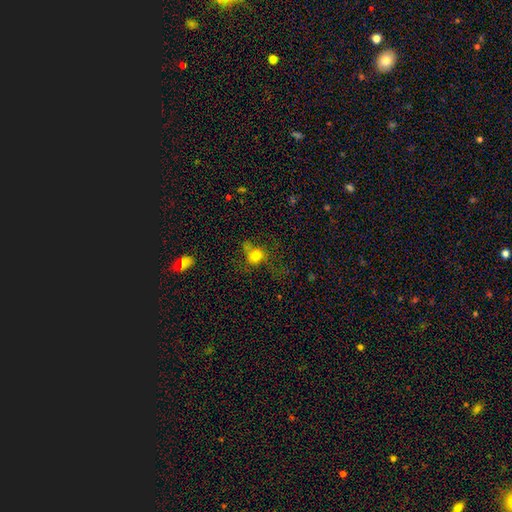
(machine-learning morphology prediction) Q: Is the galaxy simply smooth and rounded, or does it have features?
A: smooth — 70%.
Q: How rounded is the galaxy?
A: round — 75%.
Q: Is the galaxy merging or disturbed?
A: none — 50%.